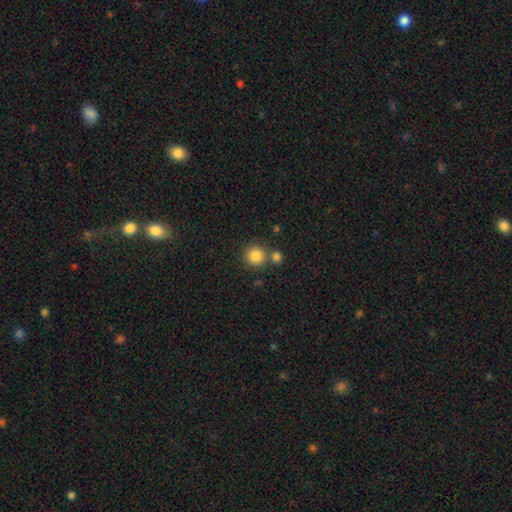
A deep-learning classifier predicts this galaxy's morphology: Overall: smooth (85%). How rounded: round (93%). Merging: none (72%).